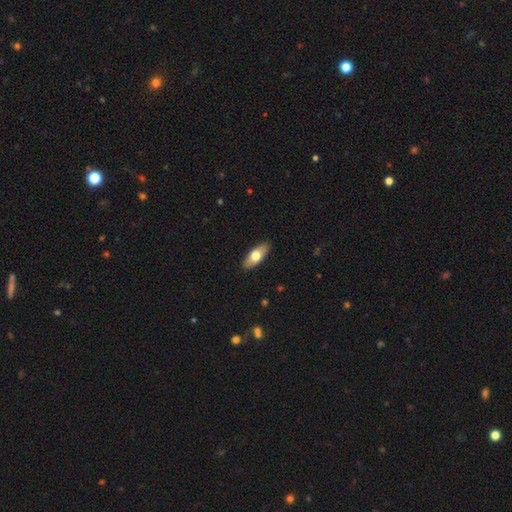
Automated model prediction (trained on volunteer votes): Smooth or featured? Predicted: smooth (p=0.68). How rounded? Predicted: in between (p=0.80). Merging? Predicted: none (p=0.89).